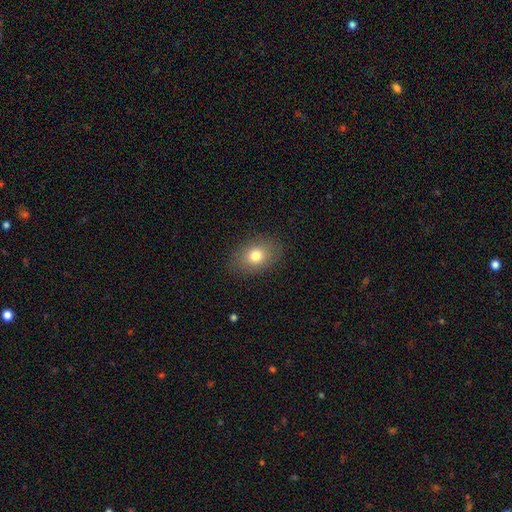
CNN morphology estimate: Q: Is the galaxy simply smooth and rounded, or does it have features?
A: smooth — 78%.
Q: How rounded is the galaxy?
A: in between — 72%.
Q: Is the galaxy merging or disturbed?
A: none — 86%.